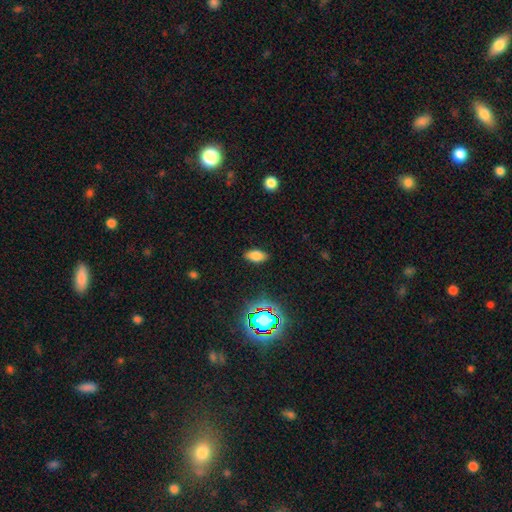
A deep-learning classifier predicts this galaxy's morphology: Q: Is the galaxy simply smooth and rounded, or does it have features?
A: smooth — 78%.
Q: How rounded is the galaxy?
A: in between — 91%.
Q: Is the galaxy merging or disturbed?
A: none — 87%.